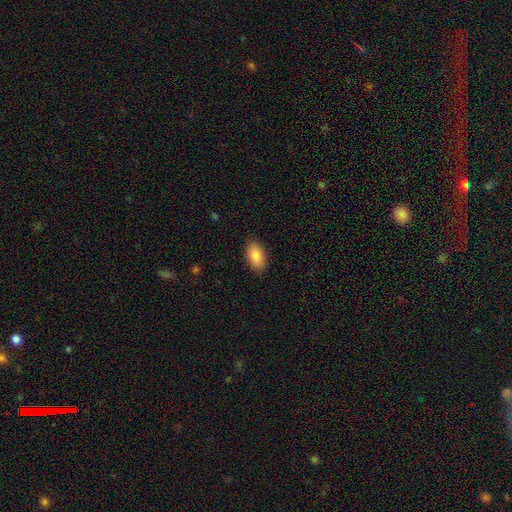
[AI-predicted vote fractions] Q: Smooth or featured?
A: smooth (85%); runner-up: featured or disk (8%)
Q: How rounded?
A: in between (94%); runner-up: round (5%)
Q: Merging?
A: none (88%); runner-up: minor disturbance (9%)